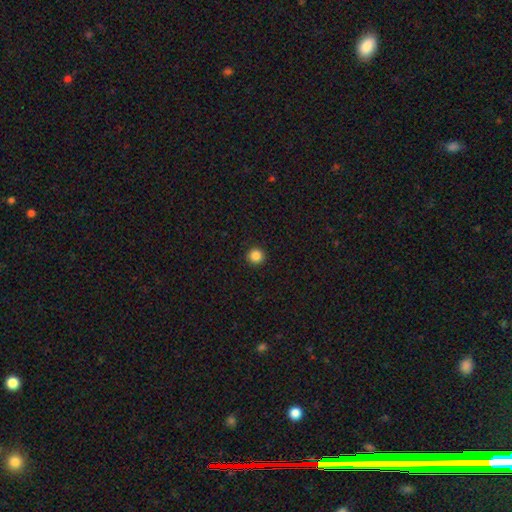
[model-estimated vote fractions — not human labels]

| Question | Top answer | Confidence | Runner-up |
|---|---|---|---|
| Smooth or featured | smooth | 86% | star or artifact (11%) |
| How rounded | round | 96% | in between (3%) |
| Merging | none | 94% | minor disturbance (4%) |